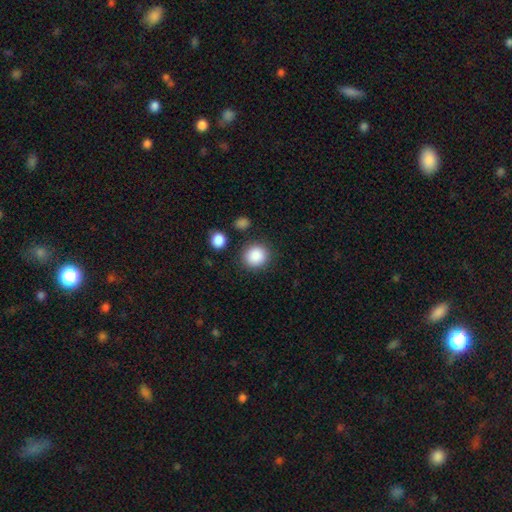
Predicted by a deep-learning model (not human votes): The model was most divided on "how rounded": round: 88%, in between: 11%, cigar-shaped: 1%. More confident: smooth or featured — smooth (88%); merging — none (85%).